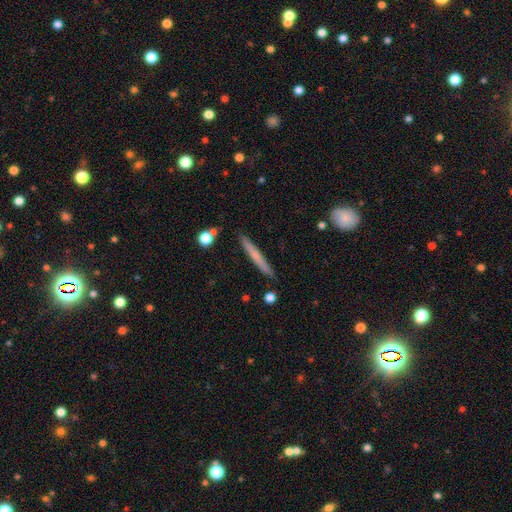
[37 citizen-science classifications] smooth-or-featured: smooth: 59% | featured or disk: 35% | star or artifact: 5%
  how-rounded: cigar-shaped: 91% | round: 9% | in between: 0%
  merging: none: 86% | minor disturbance: 14% | major disturbance: 0% | merger: 0%